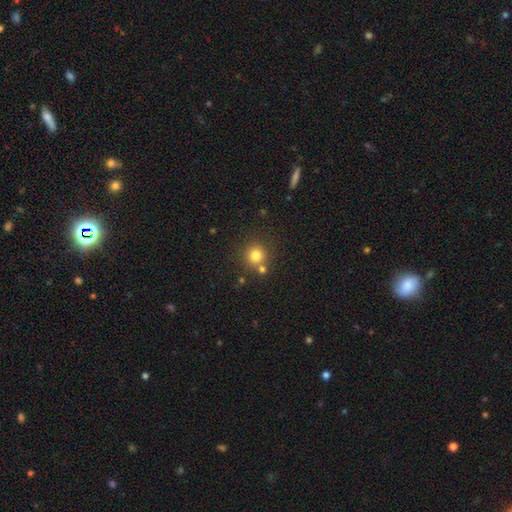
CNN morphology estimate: Smooth or featured? Predicted: smooth (p=0.80). How rounded? Predicted: round (p=0.92). Merging? Predicted: none (p=0.73).